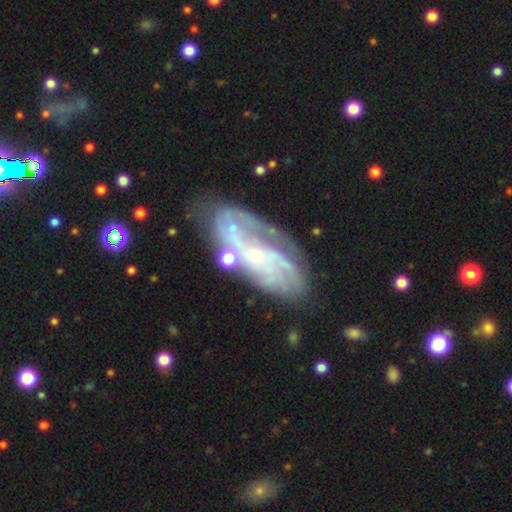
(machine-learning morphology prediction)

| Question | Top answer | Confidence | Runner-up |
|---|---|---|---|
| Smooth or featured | featured or disk | 79% | smooth (13%) |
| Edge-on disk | no | 93% | yes (7%) |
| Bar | no | 62% | weak (29%) |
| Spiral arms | yes | 87% | no (13%) |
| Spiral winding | tight | 41% | medium (40%) |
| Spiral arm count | can't tell | 34% | 2 (33%) |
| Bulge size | small | 70% | moderate (16%) |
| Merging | none | 53% | minor disturbance (21%) |